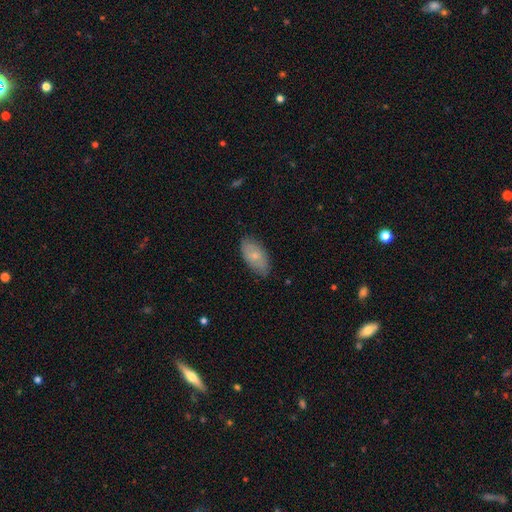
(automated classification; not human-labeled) Smooth or featured: smooth — 63% (featured or disk — 30%)
How rounded: in between — 93% (cigar-shaped — 4%)
Merging: none — 81% (minor disturbance — 16%)